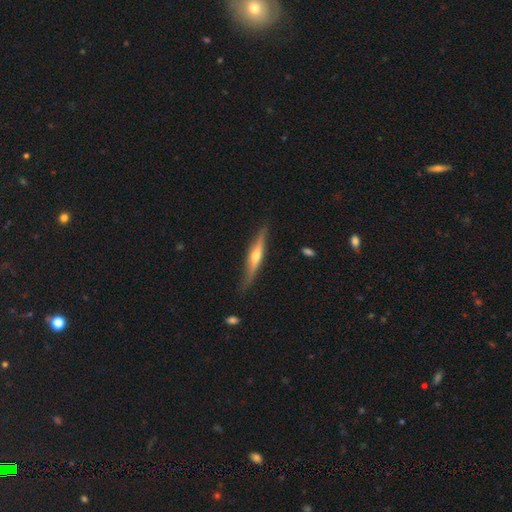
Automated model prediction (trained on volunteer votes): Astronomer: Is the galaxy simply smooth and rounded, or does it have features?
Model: featured or disk — 67%.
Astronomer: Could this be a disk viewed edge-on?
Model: yes — 95%.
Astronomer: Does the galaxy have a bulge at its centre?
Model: rounded — 85%.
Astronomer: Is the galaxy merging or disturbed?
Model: none — 82%.